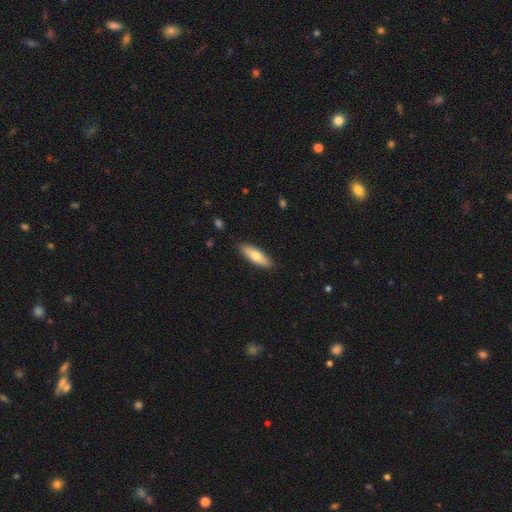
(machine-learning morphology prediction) Smooth or featured: smooth — 71% (featured or disk — 24%)
How rounded: in between — 55% (cigar-shaped — 43%)
Merging: none — 88% (minor disturbance — 9%)